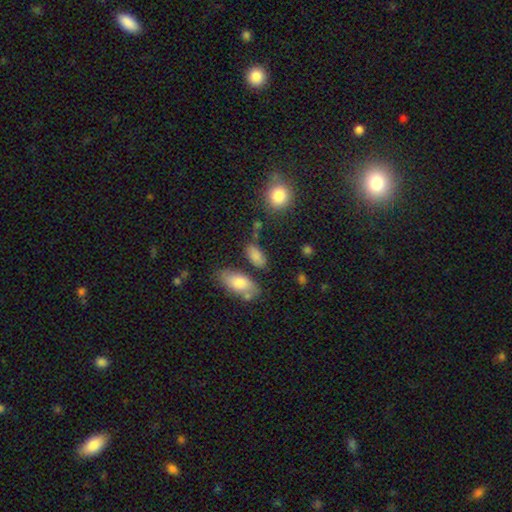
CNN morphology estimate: smooth-or-featured: smooth: 83% | star or artifact: 9% | featured or disk: 8%
  how-rounded: in between: 88% | cigar-shaped: 7% | round: 5%
  merging: none: 65% | minor disturbance: 18% | merger: 11% | major disturbance: 6%